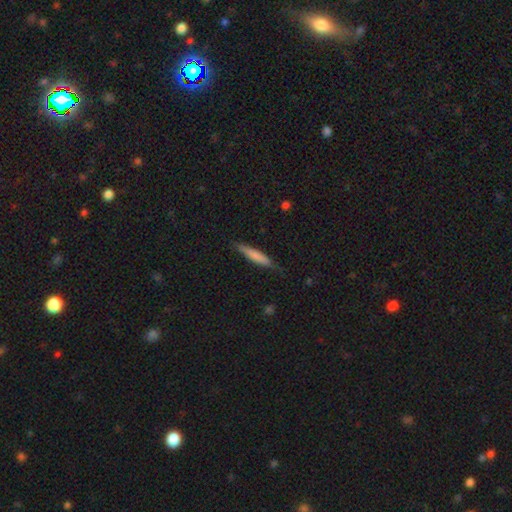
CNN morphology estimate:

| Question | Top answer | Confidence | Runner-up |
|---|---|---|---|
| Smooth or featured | smooth | 72% | featured or disk (23%) |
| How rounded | cigar-shaped | 91% | in between (8%) |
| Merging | none | 81% | minor disturbance (15%) |